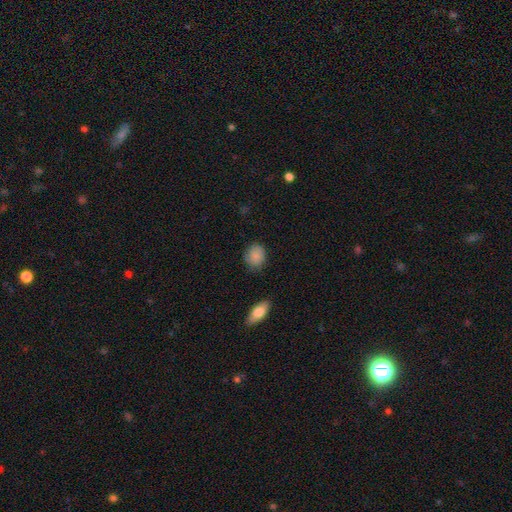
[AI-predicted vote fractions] Smooth or featured: smooth — 86% (star or artifact — 7%)
How rounded: round — 61% (in between — 38%)
Merging: none — 78% (minor disturbance — 17%)